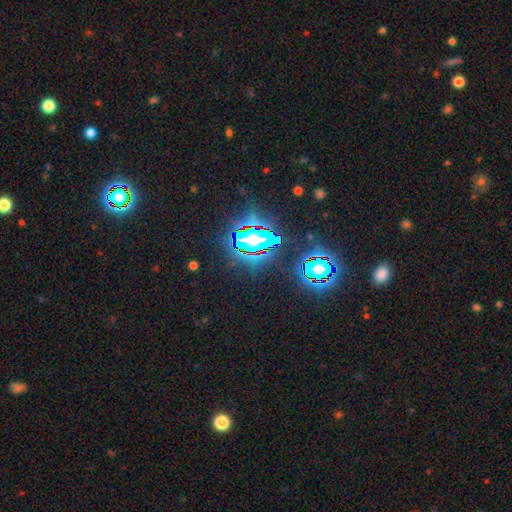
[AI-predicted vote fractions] Overall: star or artifact (77%).